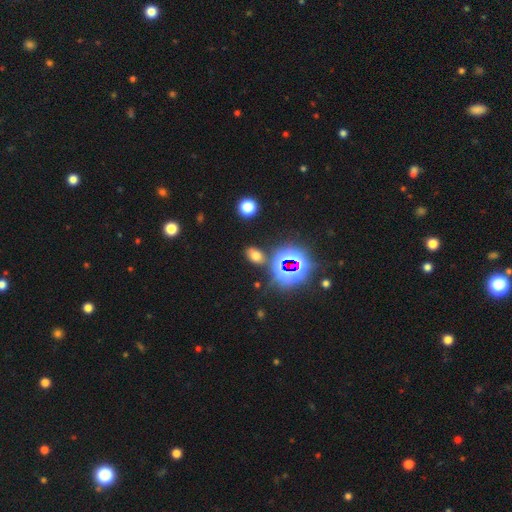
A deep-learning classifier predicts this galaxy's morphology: Smooth or featured? Predicted: smooth (p=0.59). How rounded? Predicted: in between (p=0.81). Merging? Predicted: none (p=0.80).